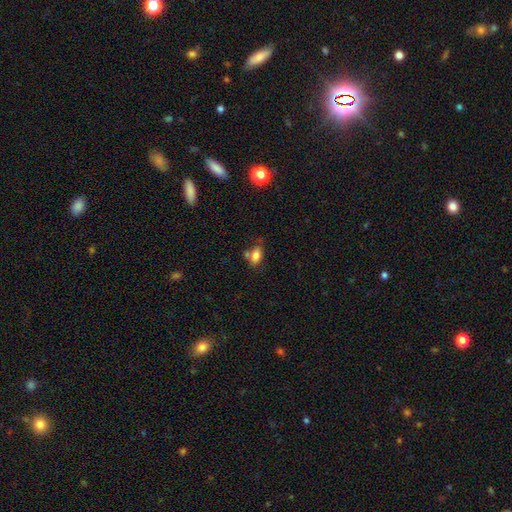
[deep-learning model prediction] A smooth galaxy with no disk features (79%) that is in between round and cigar-shaped (87%). Merging: none (54%).